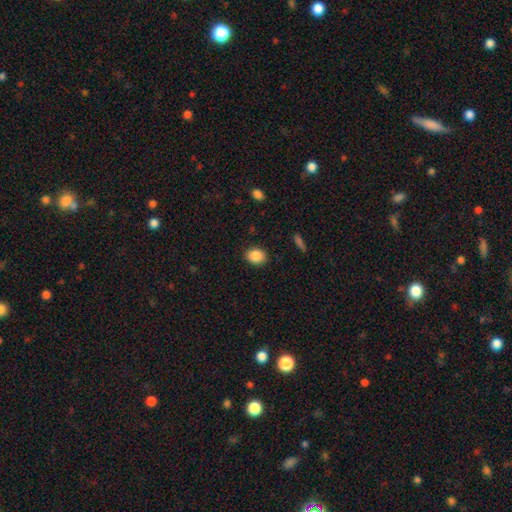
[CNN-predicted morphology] This is clearly a smooth galaxy (87%). How rounded: possibly in between (53%). Merging: clearly none (88%).